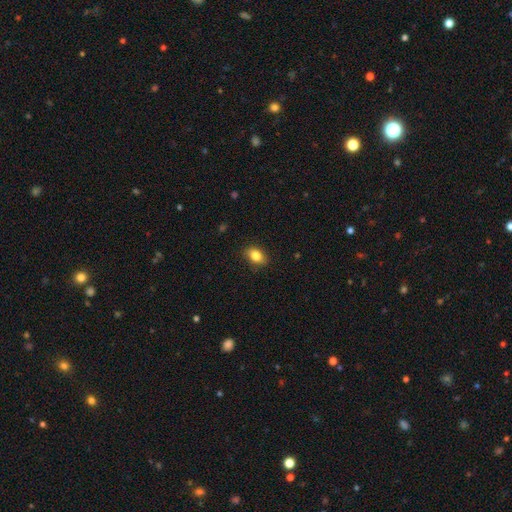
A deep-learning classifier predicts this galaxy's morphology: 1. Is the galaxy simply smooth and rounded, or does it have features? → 84% smooth, 8% star or artifact, 8% featured or disk.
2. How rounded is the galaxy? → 81% in between, 17% round, 2% cigar-shaped.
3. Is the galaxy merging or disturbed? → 87% none, 10% minor disturbance, 2% major disturbance, 1% merger.